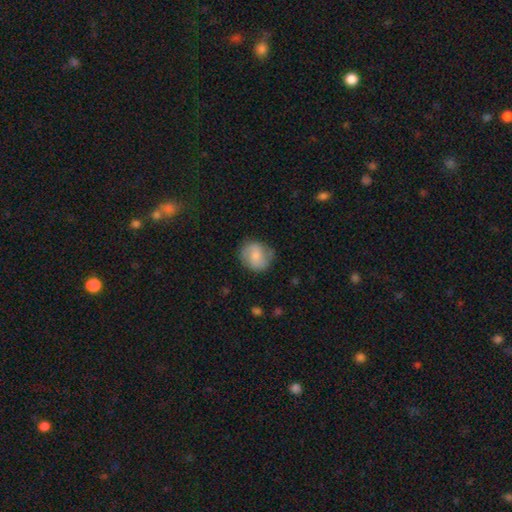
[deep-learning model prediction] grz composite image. It shows a smooth galaxy with no disk features (59%) that is round (79%). Merging: none (75%).